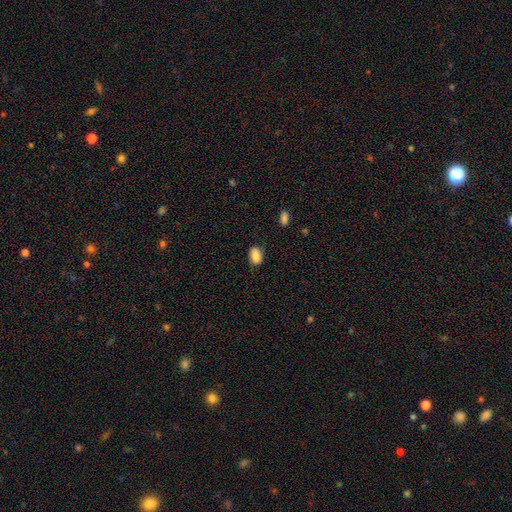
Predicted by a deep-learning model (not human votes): Overall: smooth (83%). How rounded: in between (87%). Merging: none (71%).